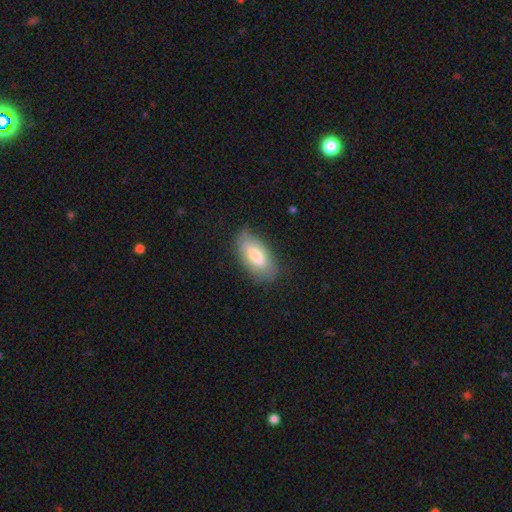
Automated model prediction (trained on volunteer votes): Q: Smooth or featured?
A: smooth (75%); runner-up: featured or disk (19%)
Q: How rounded?
A: in between (90%); runner-up: cigar-shaped (8%)
Q: Merging?
A: none (78%); runner-up: minor disturbance (17%)